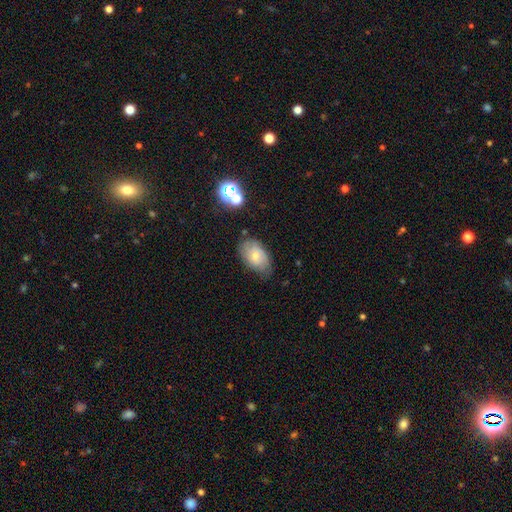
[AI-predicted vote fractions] This is possibly a smooth galaxy (54%). How rounded: clearly in between (89%). Merging: likely none (63%).